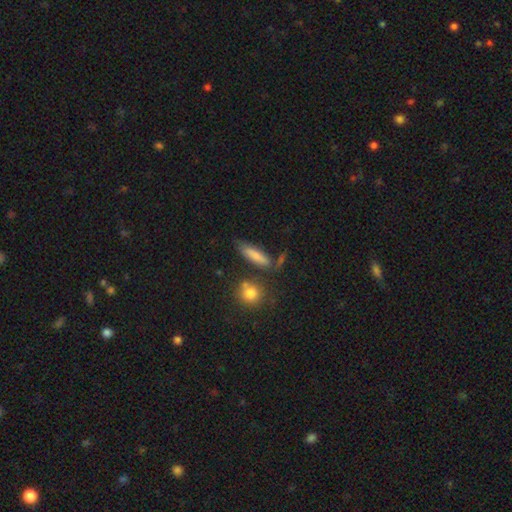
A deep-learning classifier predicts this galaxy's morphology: Overall: smooth (76%). How rounded: cigar-shaped (63%; in between 33%). Merging: none (69%).